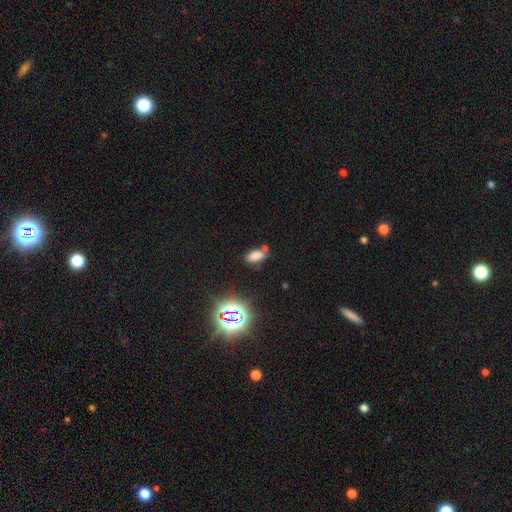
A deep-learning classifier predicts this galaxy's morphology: A smooth galaxy with no disk features (73%) that is in between round and cigar-shaped (90%). Merging: none (66%).